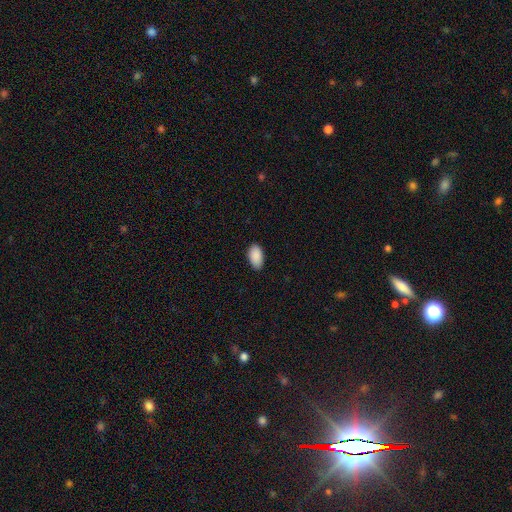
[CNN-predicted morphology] The model was most divided on "merging": none: 87%, minor disturbance: 10%, major disturbance: 2%, merger: 1%. More confident: how rounded — in between (95%); smooth or featured — smooth (91%).